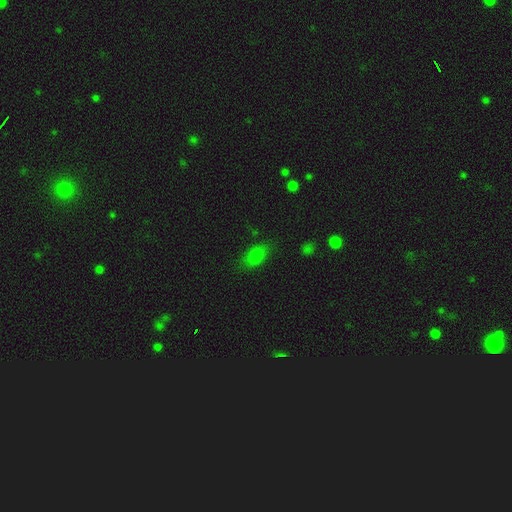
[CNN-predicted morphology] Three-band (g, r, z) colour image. It shows a smooth galaxy with no disk features (78%) that is in between round and cigar-shaped (85%). Merging: none (76%).